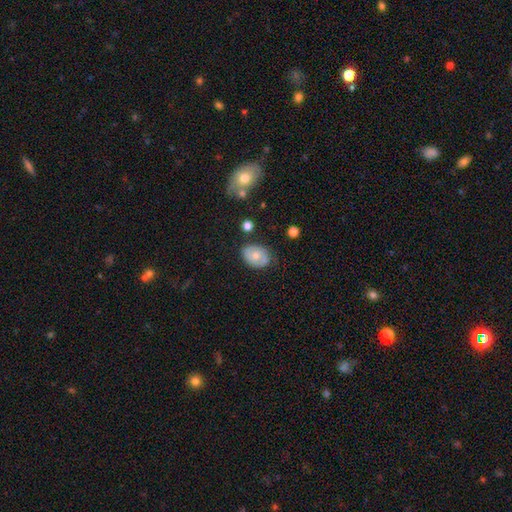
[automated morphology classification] smooth-or-featured: smooth: 63% | featured or disk: 29% | star or artifact: 8%
  how-rounded: in between: 69% | round: 30% | cigar-shaped: 1%
  merging: none: 74% | minor disturbance: 19% | major disturbance: 4% | merger: 3%